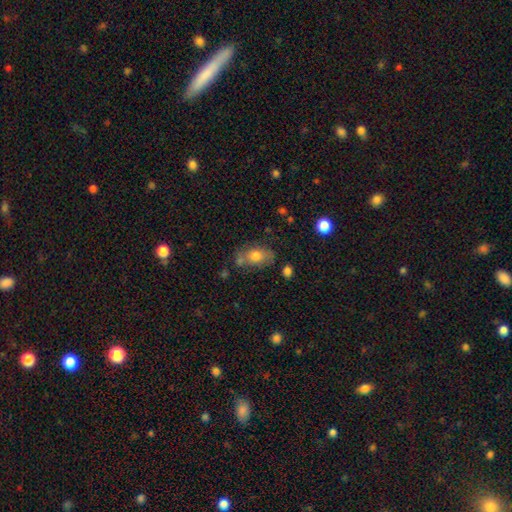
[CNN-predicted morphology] Smooth or featured? Predicted: smooth (p=0.73). How rounded? Predicted: in between (p=0.80). Merging? Predicted: none (p=0.57).